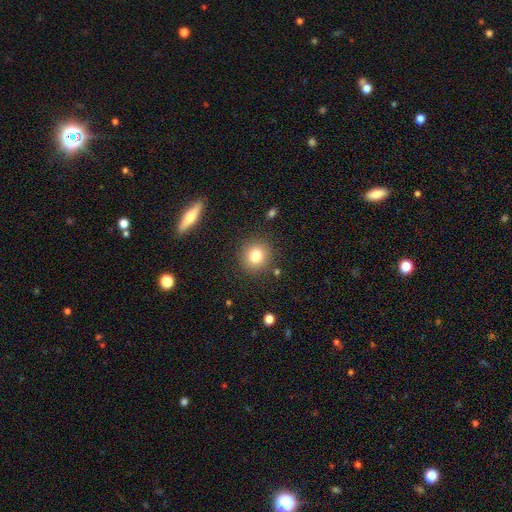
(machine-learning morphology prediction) This is likely a smooth galaxy (80%). How rounded: clearly round (90%). Merging: clearly none (87%).